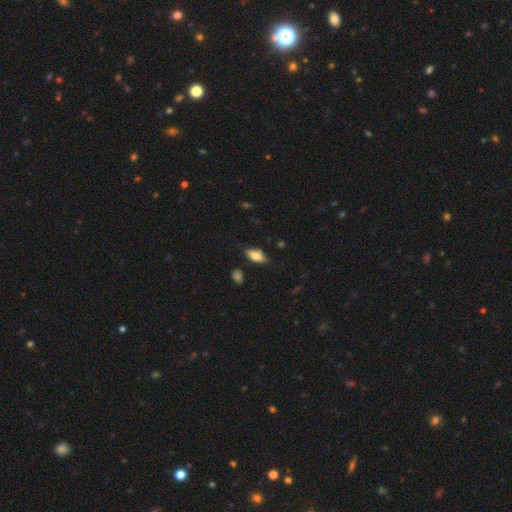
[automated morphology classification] A smooth galaxy with no disk features (79%) that is in between round and cigar-shaped (87%). Merging: none (73%).